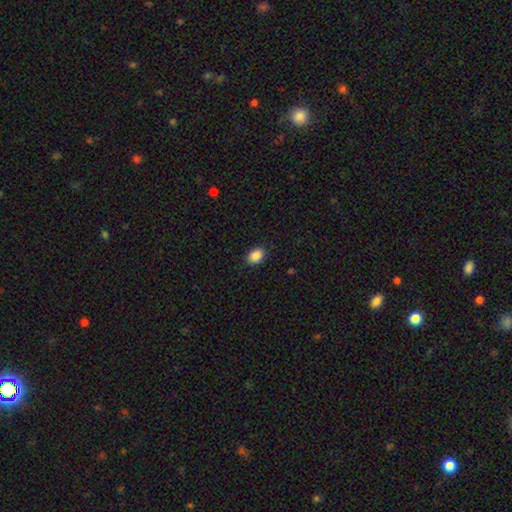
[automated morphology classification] Smooth or featured? smooth (89%)
How rounded? in between (74%)
Merging? none (90%)